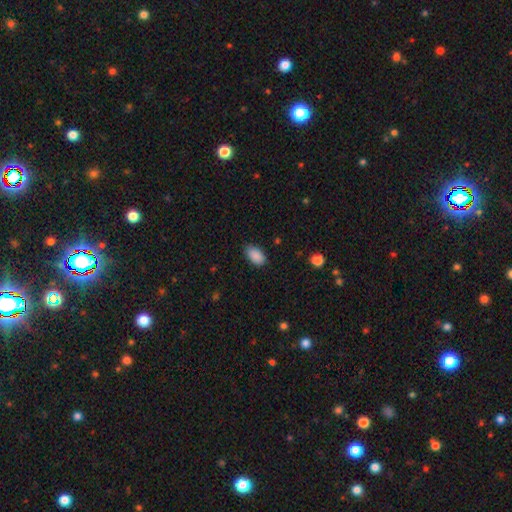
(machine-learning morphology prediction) smooth-or-featured: smooth: 90% | star or artifact: 7% | featured or disk: 3%
  how-rounded: in between: 94% | round: 4% | cigar-shaped: 2%
  merging: none: 83% | minor disturbance: 13% | major disturbance: 2% | merger: 1%